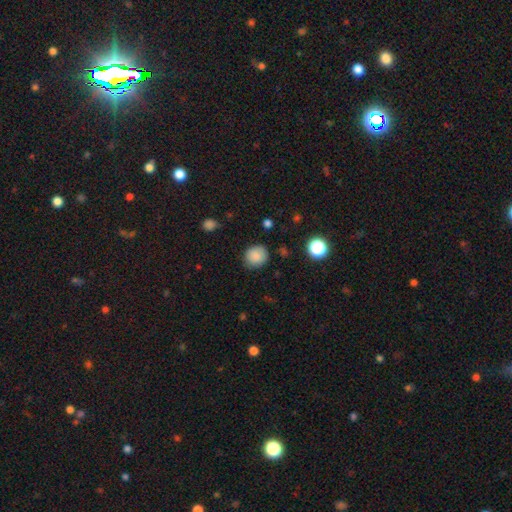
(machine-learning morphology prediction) This is clearly a smooth galaxy (84%). How rounded: clearly round (85%). Merging: clearly none (82%).